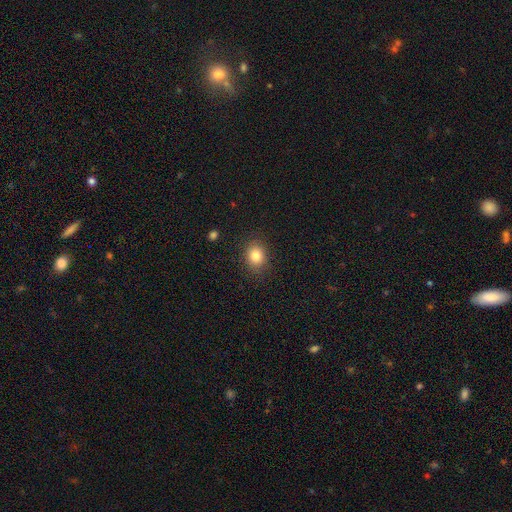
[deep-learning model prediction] Morphology: type=smooth (83%); roundness=round (59%); merging=none (87%).